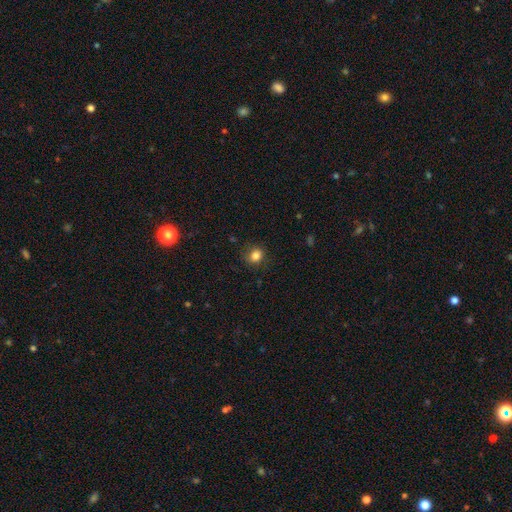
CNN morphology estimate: A smooth galaxy with no disk features (83%) that is round (76%). Merging: none (81%).